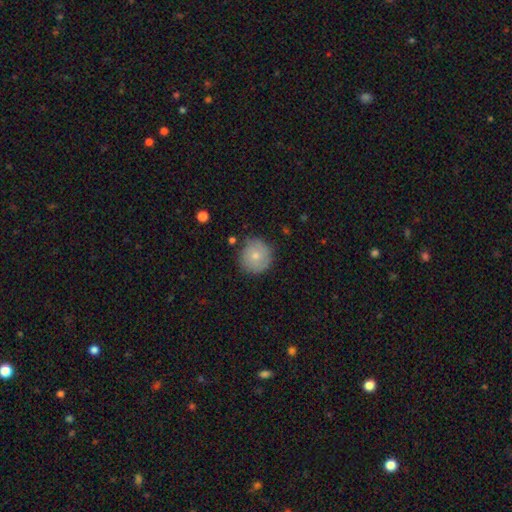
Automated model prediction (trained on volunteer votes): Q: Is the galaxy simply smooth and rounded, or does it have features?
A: smooth — 68%.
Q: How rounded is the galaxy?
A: round — 93%.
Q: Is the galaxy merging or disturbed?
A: none — 78%.